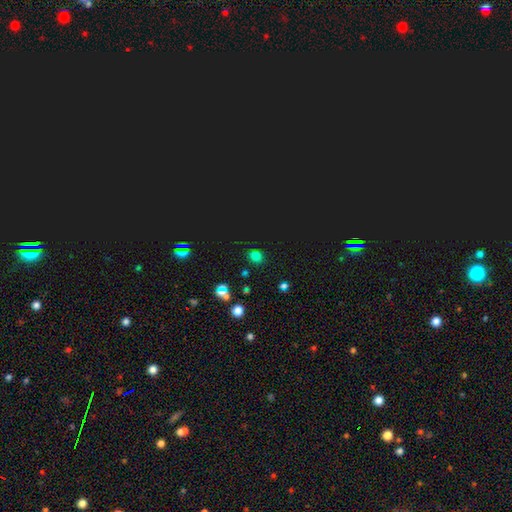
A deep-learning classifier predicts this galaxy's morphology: type=smooth (59%); roundness=round (67%); merging=none (83%).